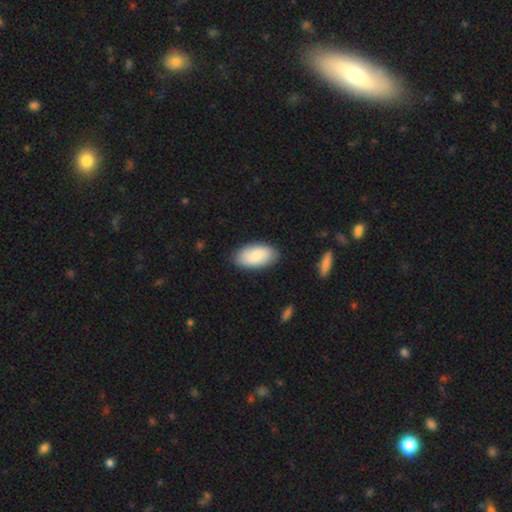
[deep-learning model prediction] This appears to be a smooth galaxy with no disk features (79%) that is in between round and cigar-shaped (95%). Merging: none (84%).